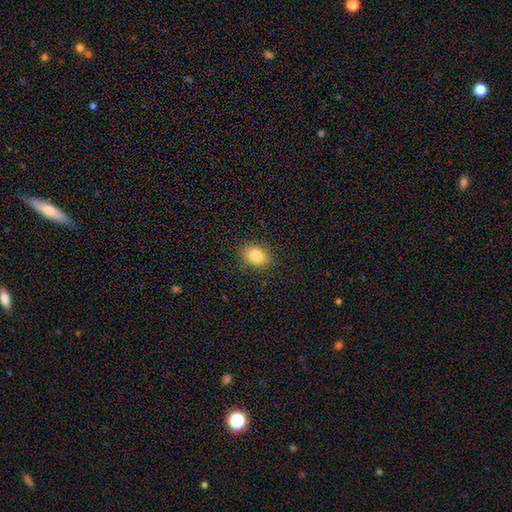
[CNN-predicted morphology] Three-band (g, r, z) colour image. It shows a smooth galaxy with no disk features (83%) that is in between round and cigar-shaped (72%). Merging: none (85%).